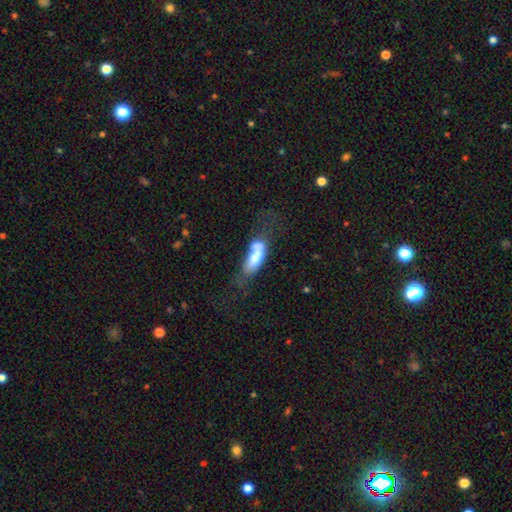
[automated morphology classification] Smooth or featured: smooth — 66% (featured or disk — 26%)
How rounded: in between — 69% (cigar-shaped — 29%)
Merging: merger — 30% (major disturbance — 25%)